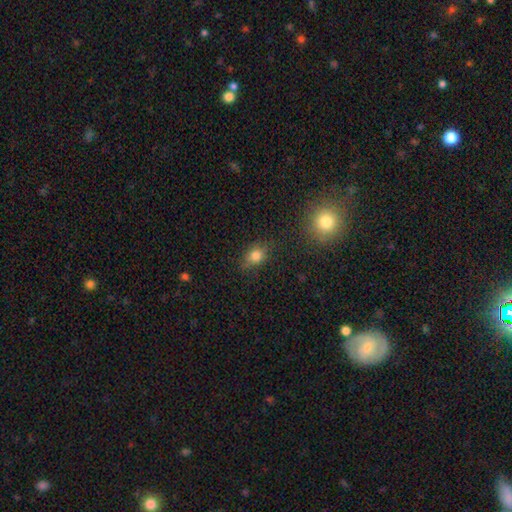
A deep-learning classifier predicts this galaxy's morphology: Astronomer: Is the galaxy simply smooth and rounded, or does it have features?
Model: smooth — 79%.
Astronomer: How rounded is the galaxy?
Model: in between — 54% (runner-up: round, 43%).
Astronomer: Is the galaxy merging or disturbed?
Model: none — 73%.